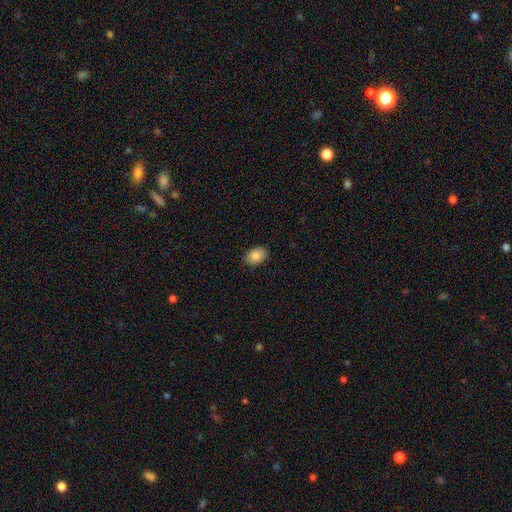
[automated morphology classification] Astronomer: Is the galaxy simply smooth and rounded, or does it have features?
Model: smooth — 88%.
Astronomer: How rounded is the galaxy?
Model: in between — 82%.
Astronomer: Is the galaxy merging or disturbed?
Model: none — 88%.